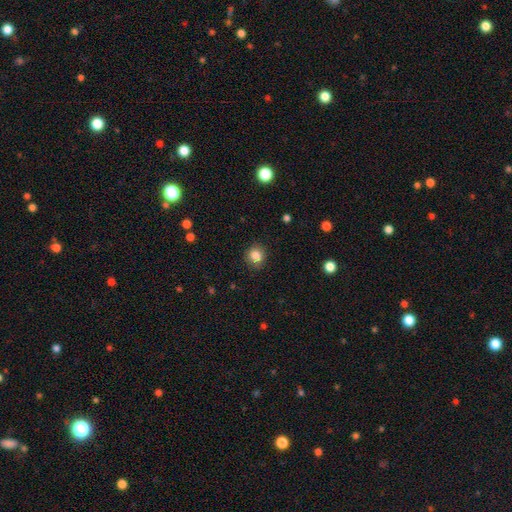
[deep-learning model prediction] Smooth or featured? smooth (84%)
How rounded? round (83%)
Merging? none (87%)